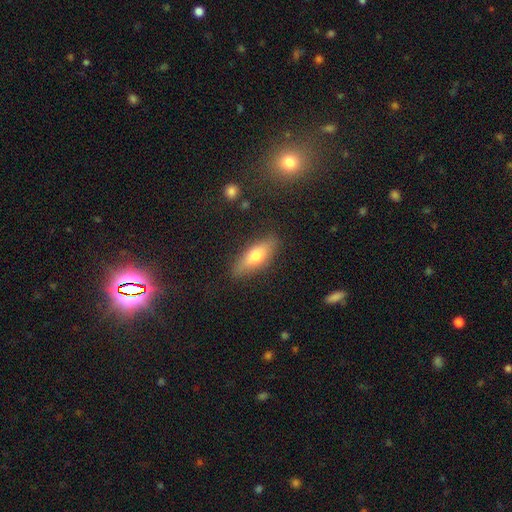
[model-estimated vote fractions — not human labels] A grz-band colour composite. It shows a smooth galaxy with no disk features (68%) that is in between round and cigar-shaped (63%). Merging: none (83%).